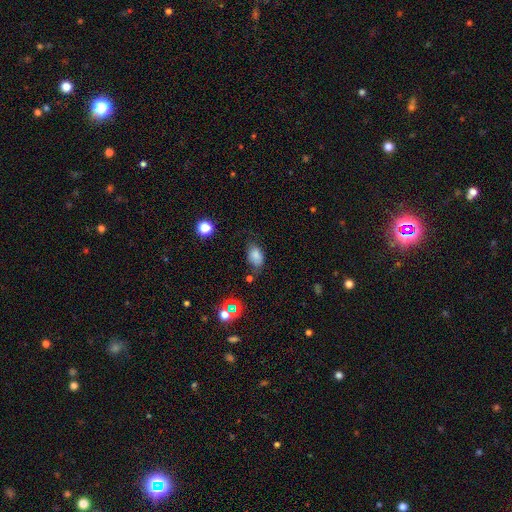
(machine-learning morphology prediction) smooth 78%, star or artifact 13%, featured or disk 8%. Down the decision tree: how rounded — in between (86%); merging — none (60%).